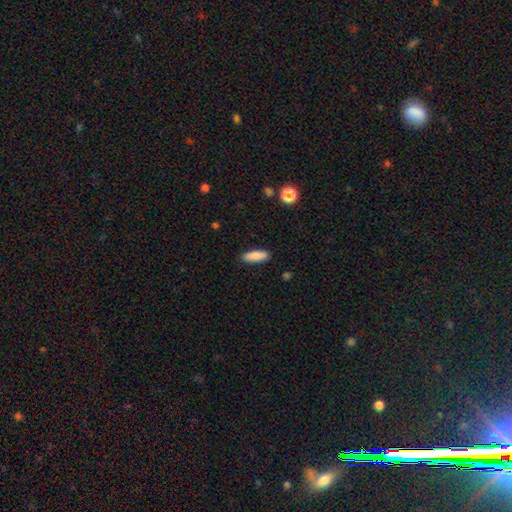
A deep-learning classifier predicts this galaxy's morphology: Smooth or featured: smooth — 87% (star or artifact — 6%)
How rounded: cigar-shaped — 49% (tied with in between — 49%)
Merging: none — 88% (minor disturbance — 9%)